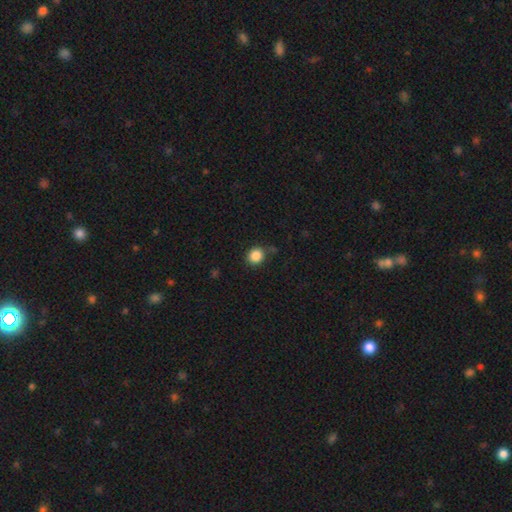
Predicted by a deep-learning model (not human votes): Smooth or featured? Predicted: smooth (p=0.86). How rounded? Predicted: round (p=0.86). Merging? Predicted: none (p=0.80).